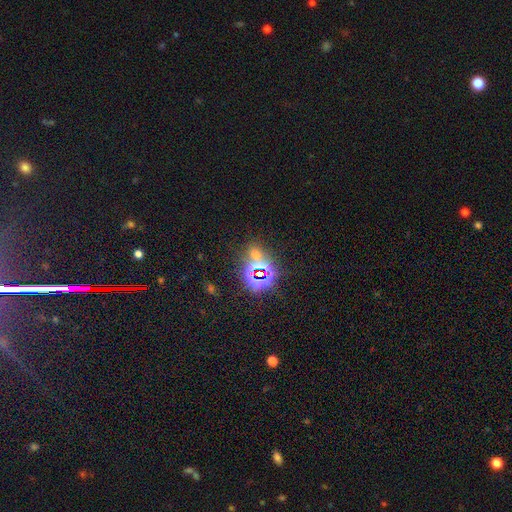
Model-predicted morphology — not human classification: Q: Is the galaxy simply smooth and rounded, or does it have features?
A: star or artifact — 68%.